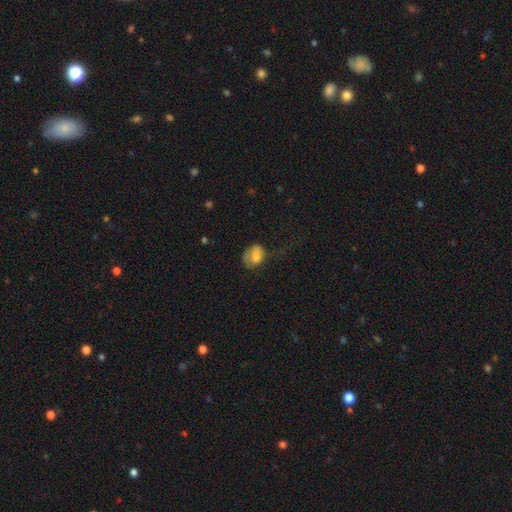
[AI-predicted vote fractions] This appears to be a smooth galaxy with no disk features (70%) that is in between round and cigar-shaped (60%). Merging: none (41%).